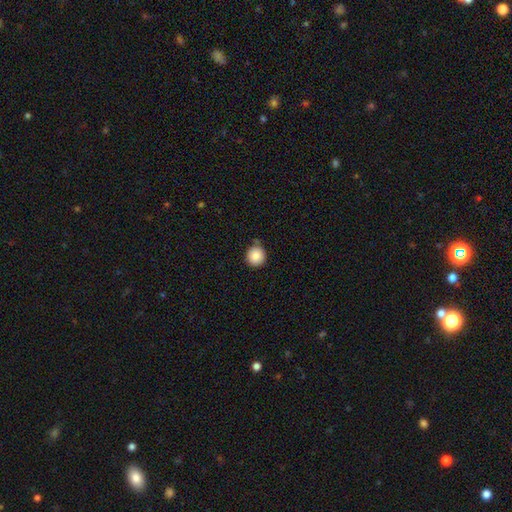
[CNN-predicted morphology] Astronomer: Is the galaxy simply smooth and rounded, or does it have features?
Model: smooth — 87%.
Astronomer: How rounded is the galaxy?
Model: round — 94%.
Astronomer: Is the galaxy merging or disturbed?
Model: none — 80%.